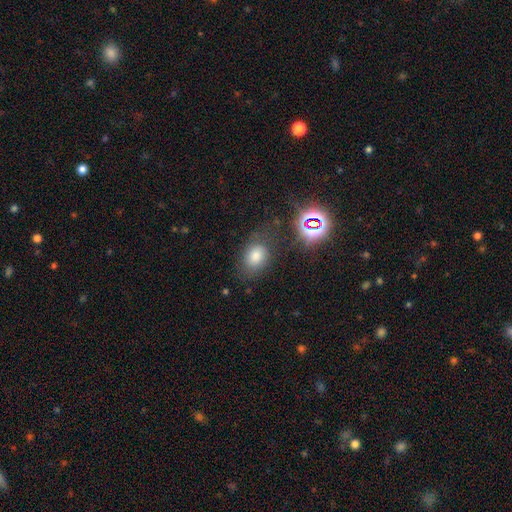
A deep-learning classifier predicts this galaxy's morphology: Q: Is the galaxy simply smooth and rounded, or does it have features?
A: smooth — 69%.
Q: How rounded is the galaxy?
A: in between — 66%.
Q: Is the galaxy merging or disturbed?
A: none — 67%.